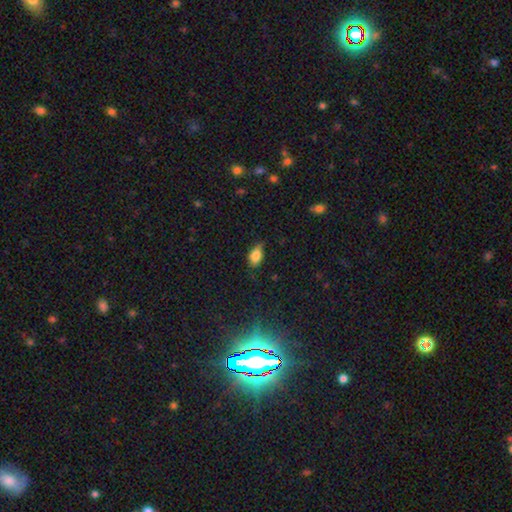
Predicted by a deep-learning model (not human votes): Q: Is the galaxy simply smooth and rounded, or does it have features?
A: smooth — 82%.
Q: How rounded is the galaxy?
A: in between — 88%.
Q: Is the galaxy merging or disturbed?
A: none — 62%.